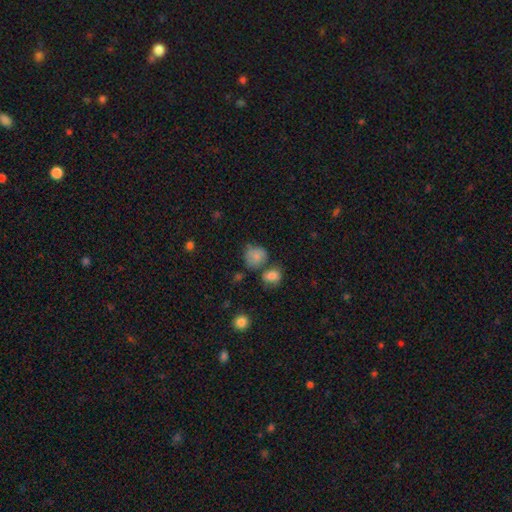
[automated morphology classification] Smooth or featured?
  - smooth: 79% *
  - star or artifact: 11%
  - featured or disk: 10%
How rounded?
  - round: 71% *
  - in between: 28%
  - cigar-shaped: 1%
Merging?
  - none: 50% *
  - merger: 21%
  - minor disturbance: 21%
  - major disturbance: 8%